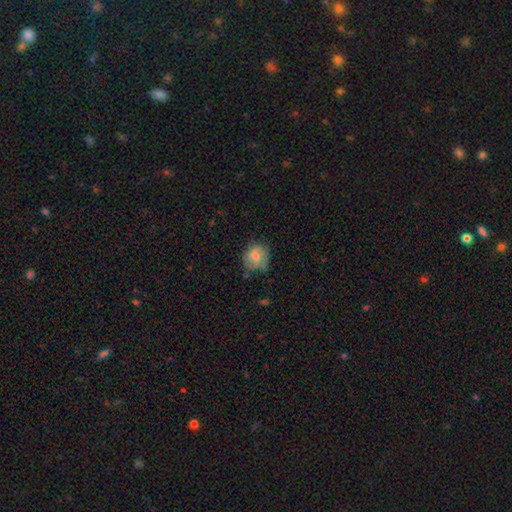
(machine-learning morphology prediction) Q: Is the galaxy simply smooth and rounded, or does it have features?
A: smooth — 57%.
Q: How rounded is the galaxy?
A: round — 64%.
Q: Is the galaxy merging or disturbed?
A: none — 57%.